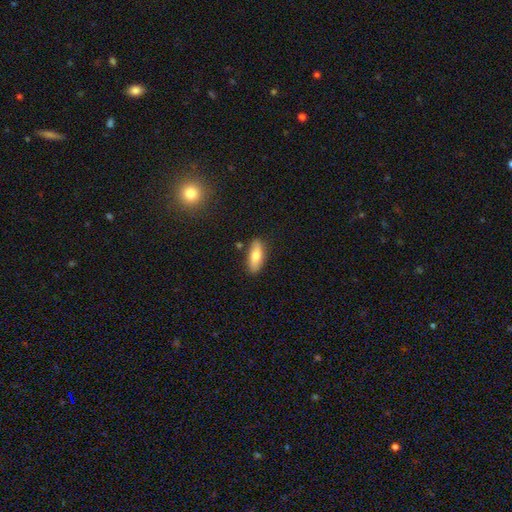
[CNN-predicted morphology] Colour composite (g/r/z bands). It shows a smooth galaxy with no disk features (74%) that is in between round and cigar-shaped (72%). Merging: none (83%).